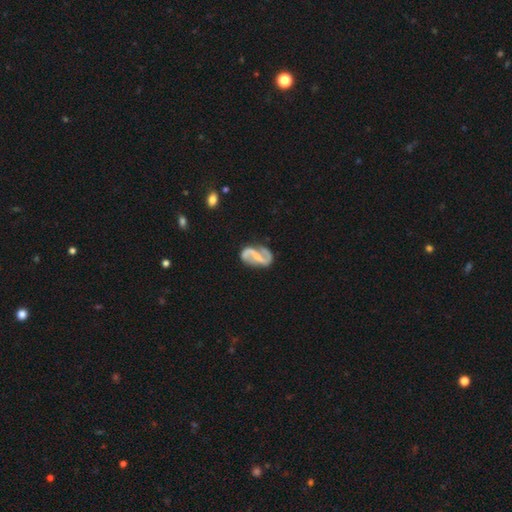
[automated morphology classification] featured or disk 87%, smooth 8%, star or artifact 5%. Down the decision tree: edge-on disk — no (98%); bar — strong (50%); spiral arms — yes (94%); spiral arm count — 2 (92%); spiral winding — loose (50%); bulge size — none (45%); merging — none (73%).